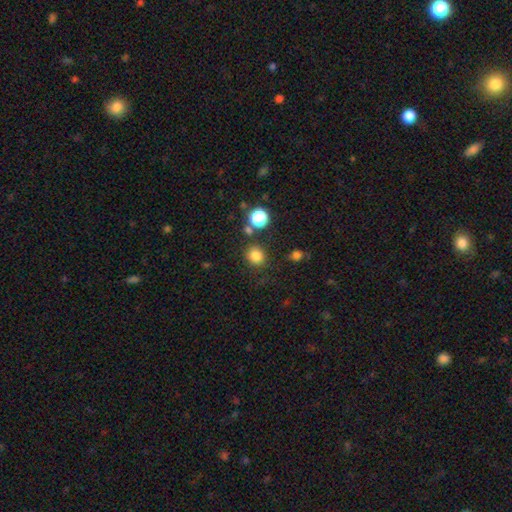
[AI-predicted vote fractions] Smooth or featured?
  - smooth: 82% *
  - star or artifact: 14%
  - featured or disk: 5%
How rounded?
  - round: 81% *
  - in between: 18%
  - cigar-shaped: 1%
Merging?
  - none: 81% *
  - minor disturbance: 9%
  - merger: 6%
  - major disturbance: 4%